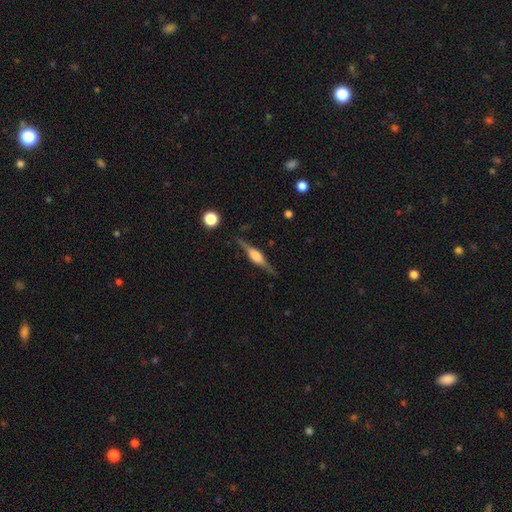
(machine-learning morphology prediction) type=featured or disk (82%); edge-on=yes (97%); edge-on bulge=rounded (72%); merging=none (86%).